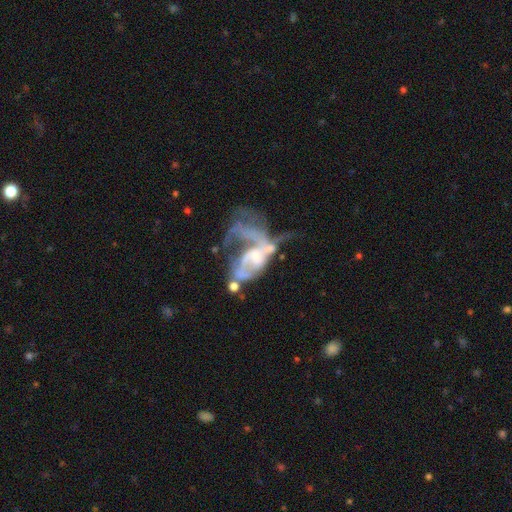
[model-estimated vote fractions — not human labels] featured or disk 75%, smooth 15%, star or artifact 10%. Down the decision tree: edge-on disk — no (96%); bar — no (63%); spiral arms — yes (61%); bulge size — moderate (34%); merging — major disturbance (45%).